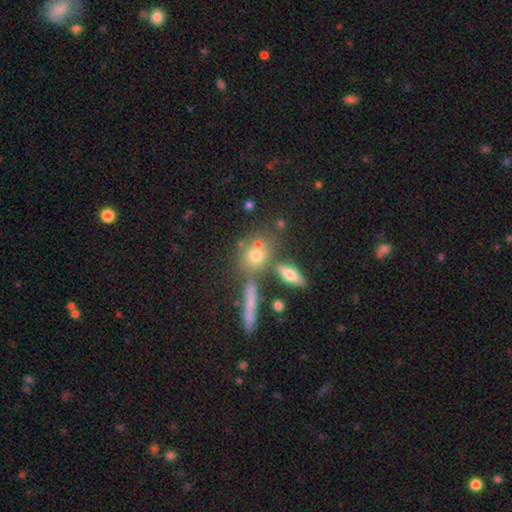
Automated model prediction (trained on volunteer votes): This is likely a smooth galaxy (66%). How rounded: possibly round (53%). Merging: possibly none (59%).